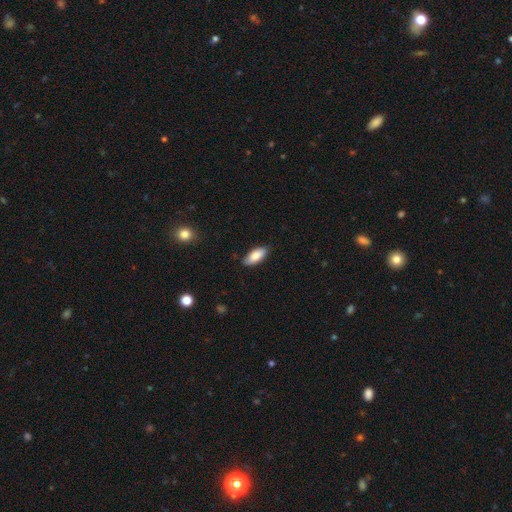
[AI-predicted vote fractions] smooth 85%, featured or disk 9%, star or artifact 6%. Down the decision tree: how rounded — in between (85%); merging — none (85%).